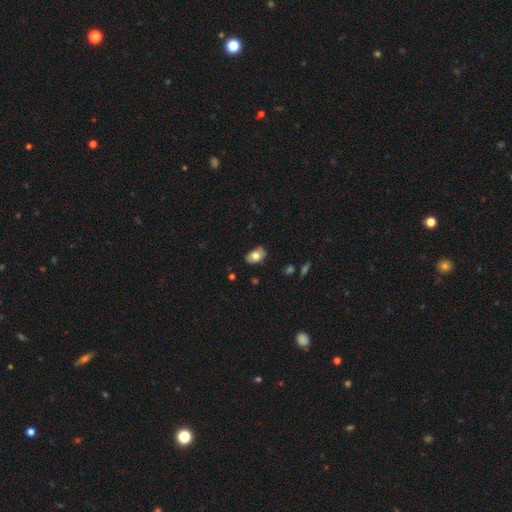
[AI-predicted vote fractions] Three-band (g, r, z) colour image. It shows a smooth galaxy with no disk features (73%) that is in between round and cigar-shaped (90%). Merging: none (80%).